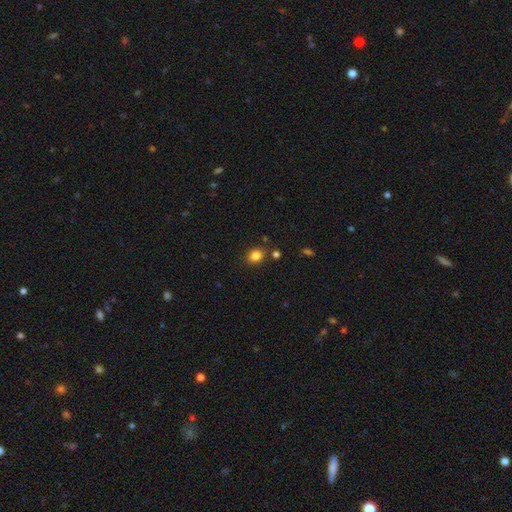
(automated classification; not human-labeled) Smooth or featured?
  - smooth: 83% *
  - star or artifact: 12%
  - featured or disk: 5%
How rounded?
  - round: 57% *
  - in between: 42%
  - cigar-shaped: 1%
Merging?
  - none: 83% *
  - minor disturbance: 10%
  - merger: 5%
  - major disturbance: 3%